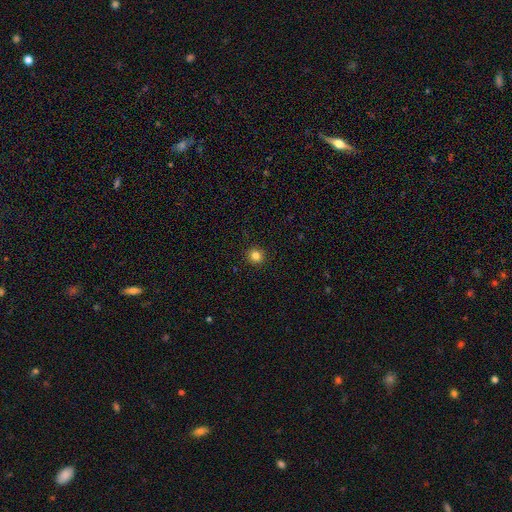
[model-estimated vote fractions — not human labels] Smooth or featured?
  - smooth: 83% *
  - star or artifact: 13%
  - featured or disk: 5%
How rounded?
  - round: 94% *
  - in between: 5%
  - cigar-shaped: 1%
Merging?
  - none: 93% *
  - minor disturbance: 4%
  - major disturbance: 2%
  - merger: 1%